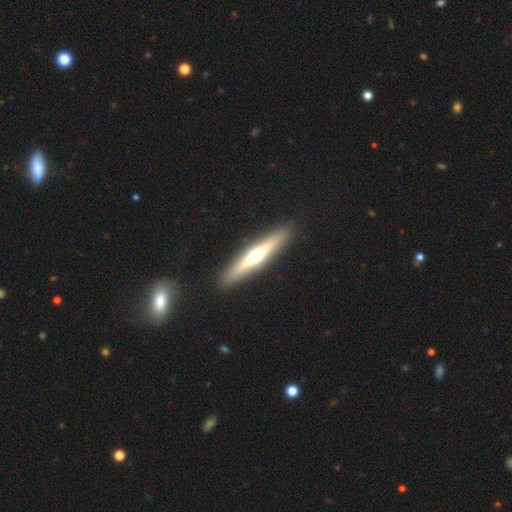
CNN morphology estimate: Smooth or featured? featured or disk (61%)
Edge-on disk? yes (94%)
Edge-on bulge? rounded (94%)
Merging? none (91%)